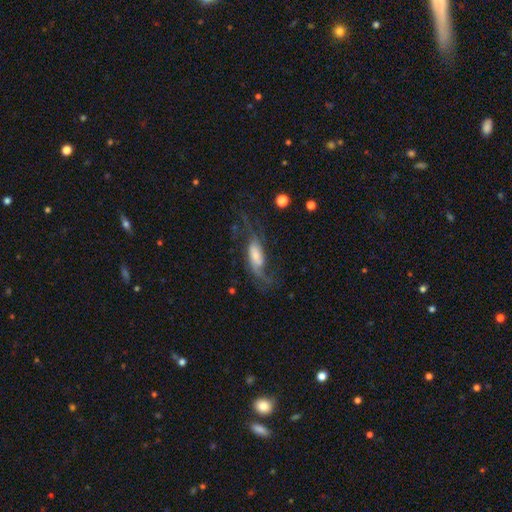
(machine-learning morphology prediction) Smooth or featured: featured or disk — 68% (smooth — 25%)
Edge-on disk: no — 88% (yes — 12%)
Bar: no — 50% (weak — 36%)
Spiral arms: yes — 90% (no — 10%)
Spiral winding: loose — 59% (medium — 31%)
Spiral arm count: 2 — 64% (can't tell — 13%)
Bulge size: small — 36% (moderate — 33%)
Merging: none — 45% (major disturbance — 33%)